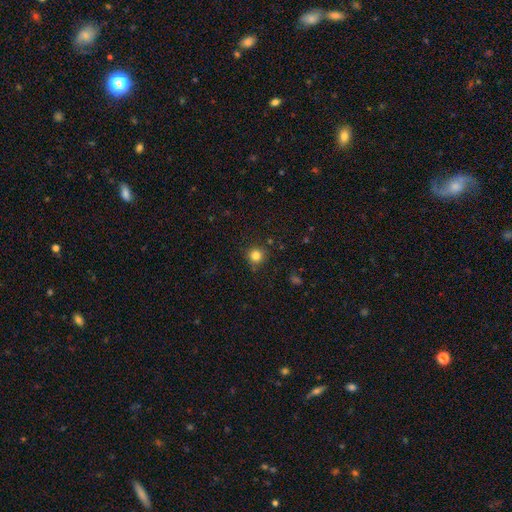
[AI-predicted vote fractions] Smooth or featured? smooth (82%)
How rounded? round (93%)
Merging? none (86%)